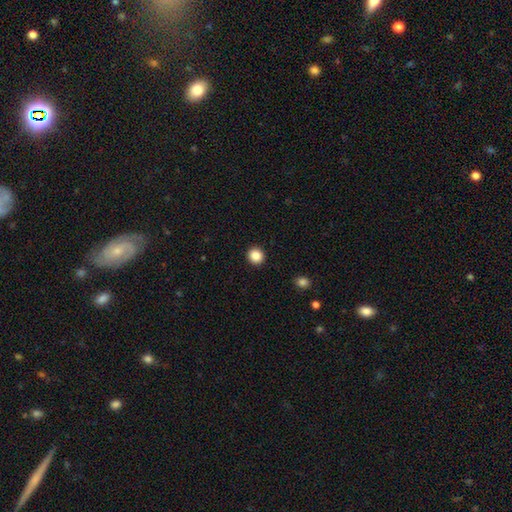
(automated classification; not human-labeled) A smooth galaxy with no disk features (86%) that is round (93%). Merging: none (93%).